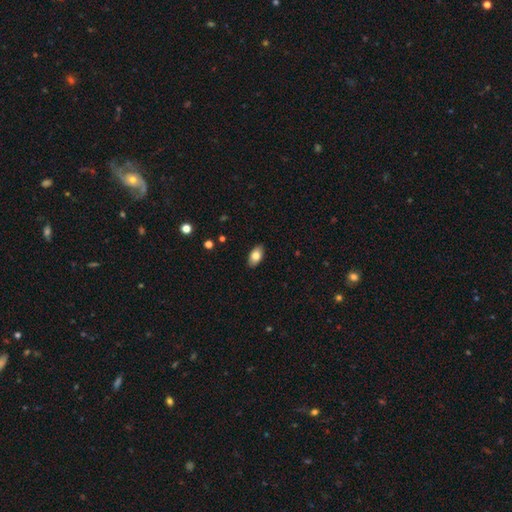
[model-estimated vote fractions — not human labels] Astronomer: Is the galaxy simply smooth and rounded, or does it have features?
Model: smooth — 79%.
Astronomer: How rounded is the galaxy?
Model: in between — 93%.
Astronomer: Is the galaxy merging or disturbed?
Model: none — 89%.